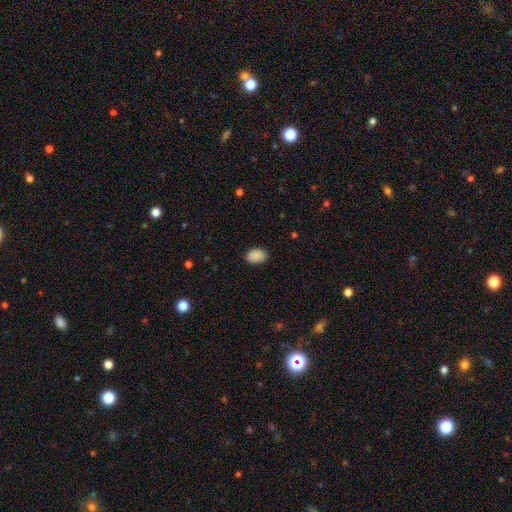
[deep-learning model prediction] A smooth galaxy with no disk features (90%) that is in between round and cigar-shaped (85%).

Vote fractions:
- Smooth or featured? smooth: 90% / star or artifact: 8% / featured or disk: 3%
- How rounded? in between: 85% / round: 14% / cigar-shaped: 1%
- Merging? none: 87% / minor disturbance: 10% / major disturbance: 2% / merger: 1%